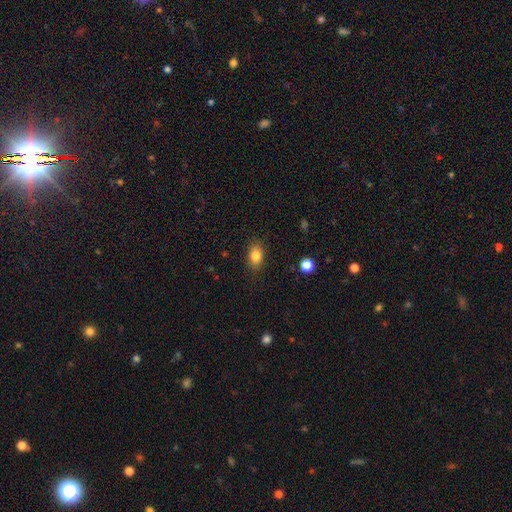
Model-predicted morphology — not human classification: A smooth galaxy with no disk features (82%) that is in between round and cigar-shaped (79%).

Vote fractions:
- Smooth or featured? smooth: 82% / star or artifact: 10% / featured or disk: 8%
- How rounded? in between: 79% / round: 19% / cigar-shaped: 2%
- Merging? none: 85% / minor disturbance: 11% / major disturbance: 3% / merger: 1%